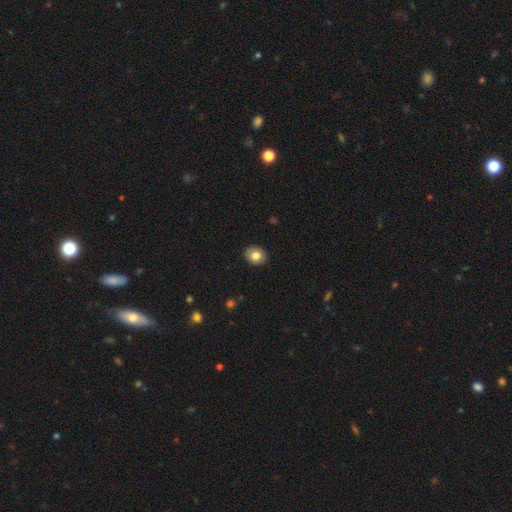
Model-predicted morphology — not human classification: Smooth or featured? Predicted: smooth (p=0.80). How rounded? Predicted: round (p=0.62). Merging? Predicted: none (p=0.90).